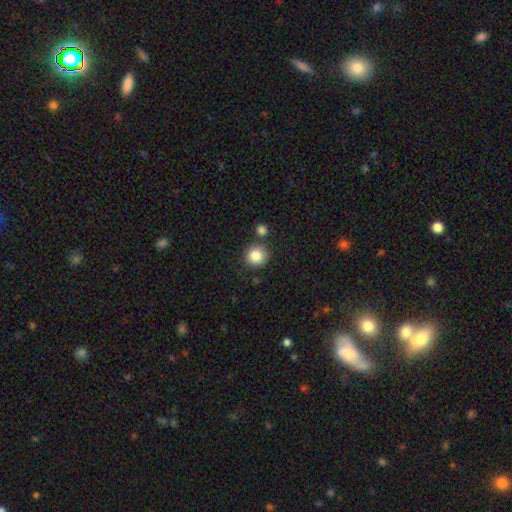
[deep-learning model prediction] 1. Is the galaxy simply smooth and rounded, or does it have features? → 86% smooth, 9% star or artifact, 5% featured or disk.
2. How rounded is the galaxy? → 91% round, 8% in between, 1% cigar-shaped.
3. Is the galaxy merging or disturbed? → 80% none, 9% merger, 8% minor disturbance, 3% major disturbance.